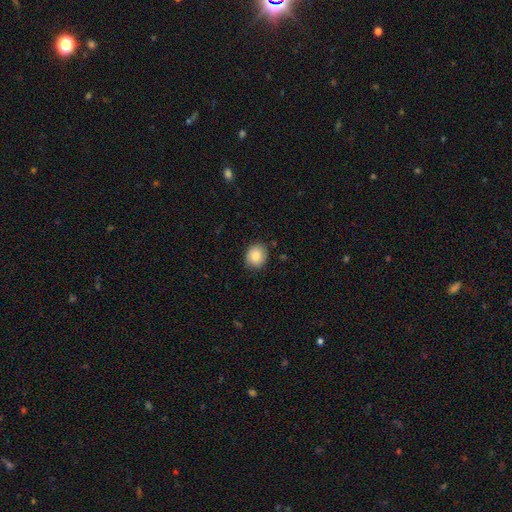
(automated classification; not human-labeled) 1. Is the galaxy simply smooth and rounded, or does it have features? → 84% smooth, 8% star or artifact, 8% featured or disk.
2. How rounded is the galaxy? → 69% round, 30% in between, 1% cigar-shaped.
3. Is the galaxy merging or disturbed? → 84% none, 13% minor disturbance, 2% major disturbance, 1% merger.